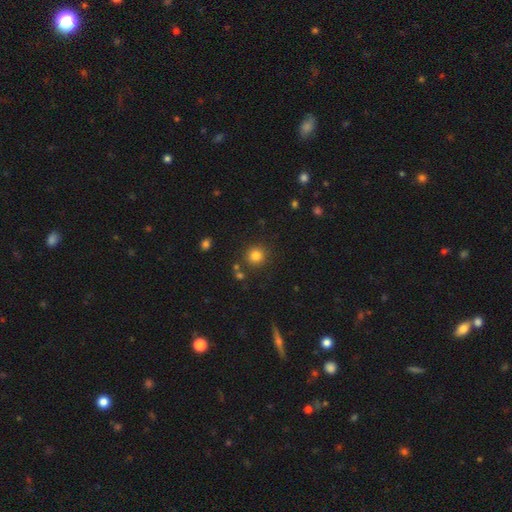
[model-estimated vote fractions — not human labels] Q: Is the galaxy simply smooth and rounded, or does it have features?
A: smooth — 81%.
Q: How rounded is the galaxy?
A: round — 93%.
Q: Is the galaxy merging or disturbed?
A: none — 85%.